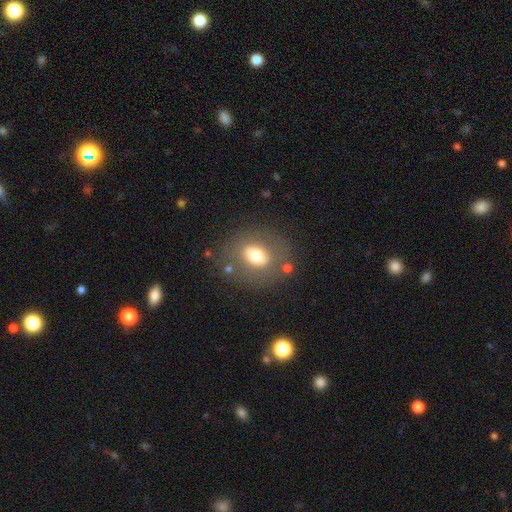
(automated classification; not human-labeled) This appears to be a smooth galaxy with no disk features (61%) that is in between round and cigar-shaped (51%). Merging: none (73%).